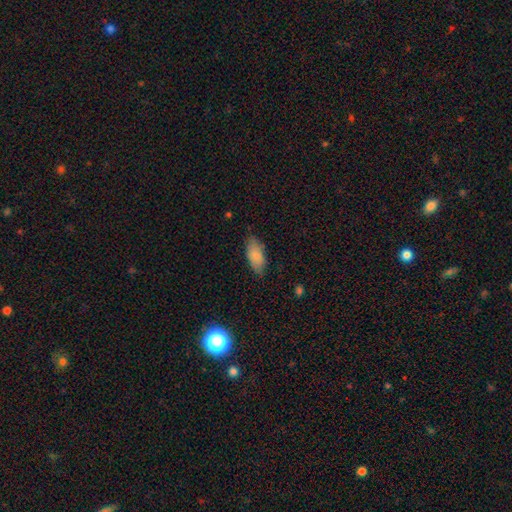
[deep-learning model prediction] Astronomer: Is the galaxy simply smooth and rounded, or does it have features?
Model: smooth — 84%.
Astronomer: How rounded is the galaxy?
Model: in between — 87%.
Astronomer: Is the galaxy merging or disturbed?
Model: none — 78%.